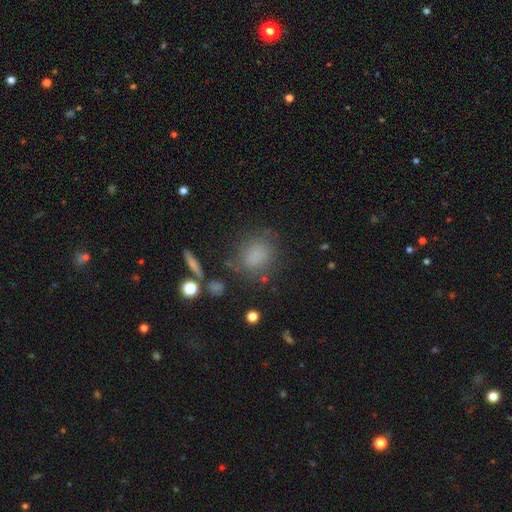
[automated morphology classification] A smooth galaxy with no disk features (76%) that is round (66%).

Vote fractions:
- Smooth or featured? smooth: 76% / star or artifact: 13% / featured or disk: 10%
- How rounded? round: 66% / in between: 31% / cigar-shaped: 2%
- Merging? none: 70% / minor disturbance: 17% / major disturbance: 9% / merger: 4%